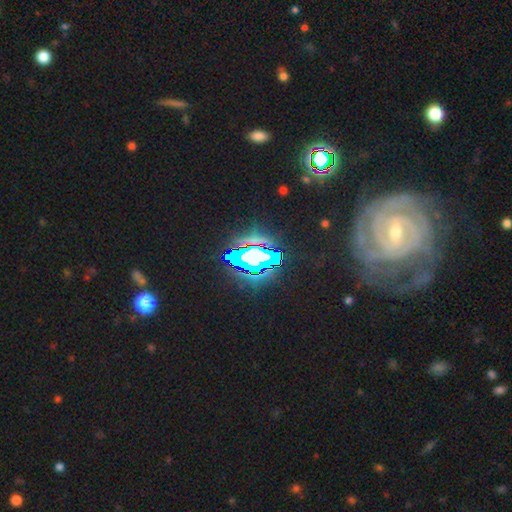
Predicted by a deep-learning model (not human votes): smooth_or_featured: star or artifact (p=0.57) [alt: featured or disk p=0.28]